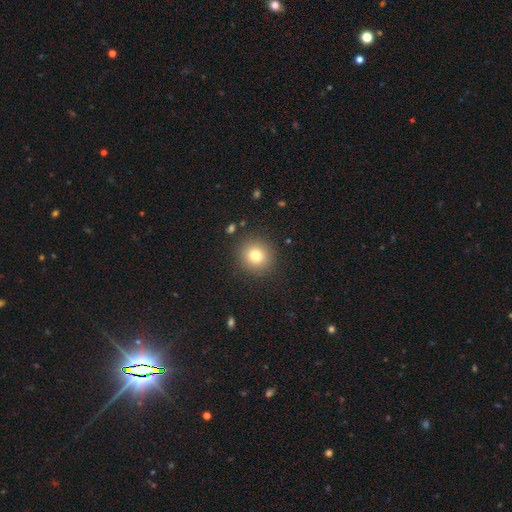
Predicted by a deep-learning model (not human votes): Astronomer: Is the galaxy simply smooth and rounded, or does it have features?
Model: smooth — 78%.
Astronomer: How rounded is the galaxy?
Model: round — 90%.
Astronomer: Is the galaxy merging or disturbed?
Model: none — 89%.